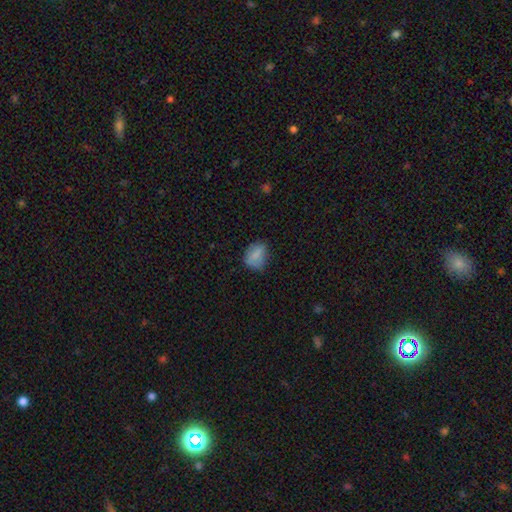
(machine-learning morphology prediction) A smooth galaxy with no disk features (82%) that is in between round and cigar-shaped (64%). Merging: none (65%).